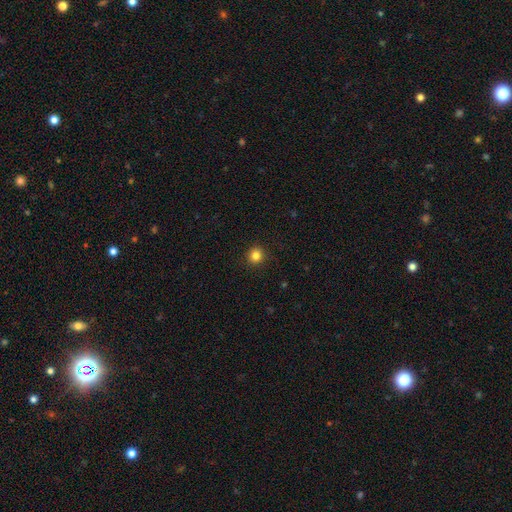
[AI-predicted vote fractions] Smooth or featured? smooth (83%)
How rounded? round (92%)
Merging? none (92%)